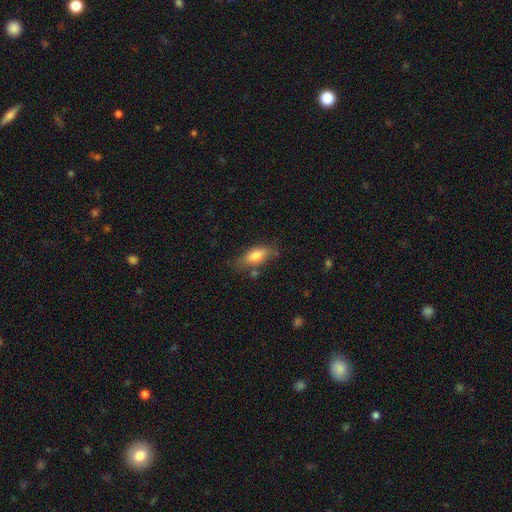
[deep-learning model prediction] A smooth galaxy with no disk features (77%) that is in between round and cigar-shaped (75%).

Vote fractions:
- Smooth or featured? smooth: 77% / featured or disk: 16% / star or artifact: 7%
- How rounded? in between: 75% / cigar-shaped: 22% / round: 3%
- Merging? none: 68% / minor disturbance: 21% / merger: 6% / major disturbance: 6%